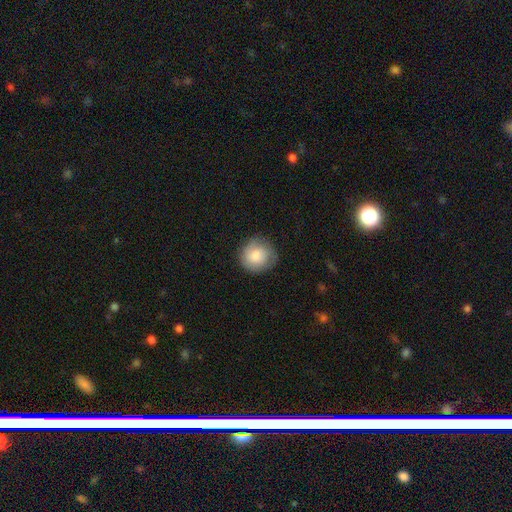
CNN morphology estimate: Overall: smooth (78%). How rounded: round (90%). Merging: none (79%).